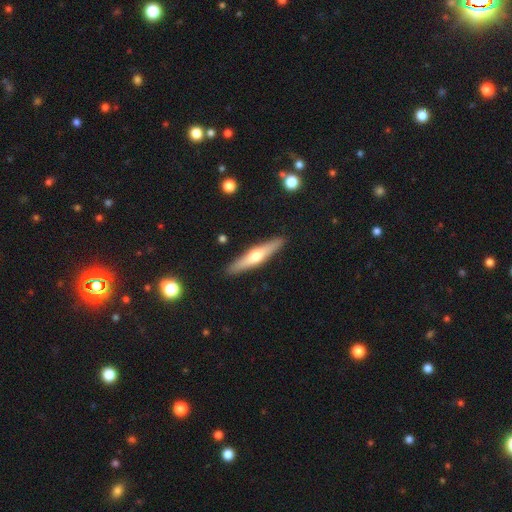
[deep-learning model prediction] Smooth or featured? Predicted: featured or disk (p=0.53). Edge-on disk? Predicted: yes (p=0.94). Merging? Predicted: none (p=0.90).